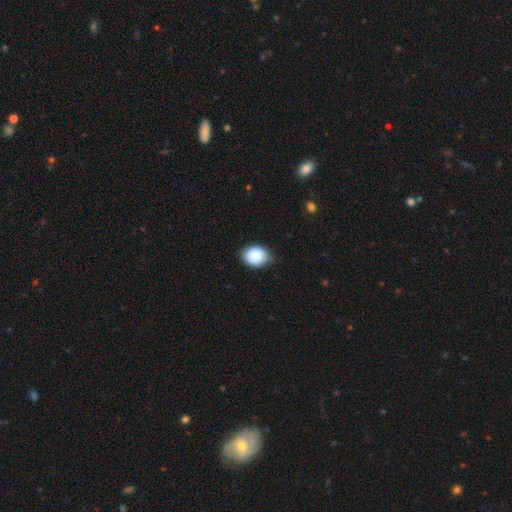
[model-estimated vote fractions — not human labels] Smooth or featured? Predicted: smooth (p=0.85). How rounded? Predicted: in between (p=0.67). Merging? Predicted: none (p=0.77).